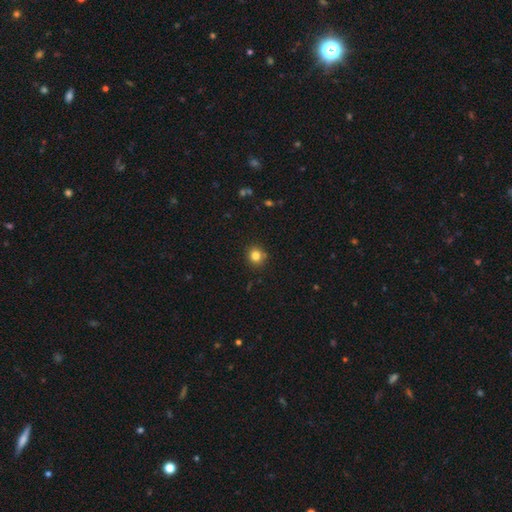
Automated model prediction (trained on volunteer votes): Smooth or featured: smooth — 82% (star or artifact — 13%)
How rounded: round — 88% (in between — 11%)
Merging: none — 88% (minor disturbance — 8%)